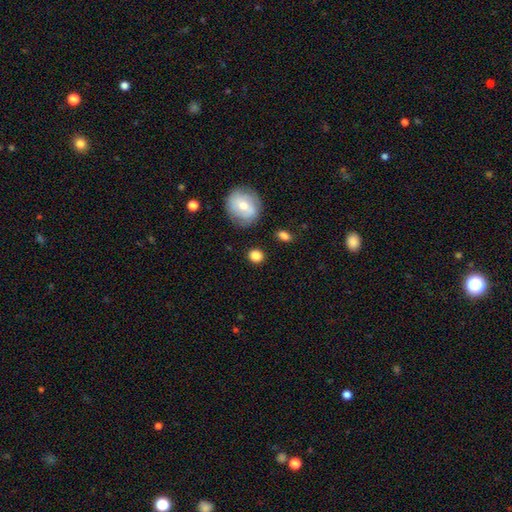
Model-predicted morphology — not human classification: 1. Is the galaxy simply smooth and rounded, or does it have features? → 84% smooth, 9% star or artifact, 7% featured or disk.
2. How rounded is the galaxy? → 81% round, 18% in between, 1% cigar-shaped.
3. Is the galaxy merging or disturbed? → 83% none, 11% minor disturbance, 3% major disturbance, 3% merger.